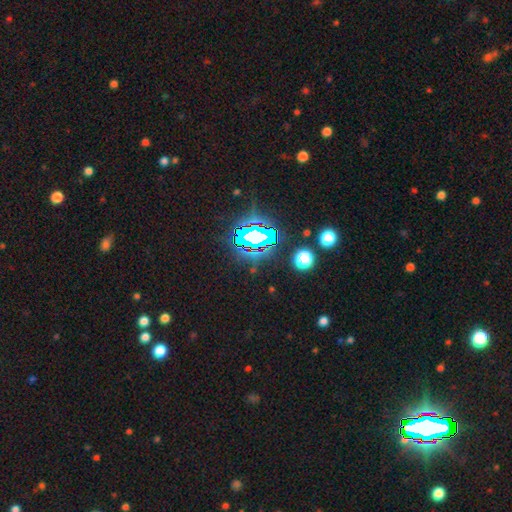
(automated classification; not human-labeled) A star or artifact, not a galaxy (83%).

Vote fractions:
- Smooth or featured? star or artifact: 83% / smooth: 10% / featured or disk: 7%